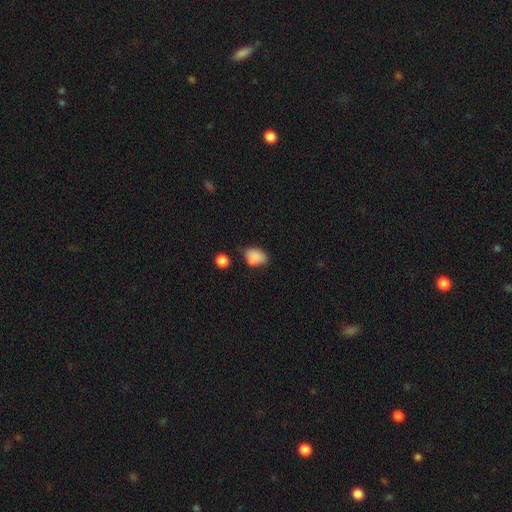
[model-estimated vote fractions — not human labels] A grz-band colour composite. It shows a smooth galaxy with no disk features (83%) that is in between round and cigar-shaped (76%). Merging: none (51%).